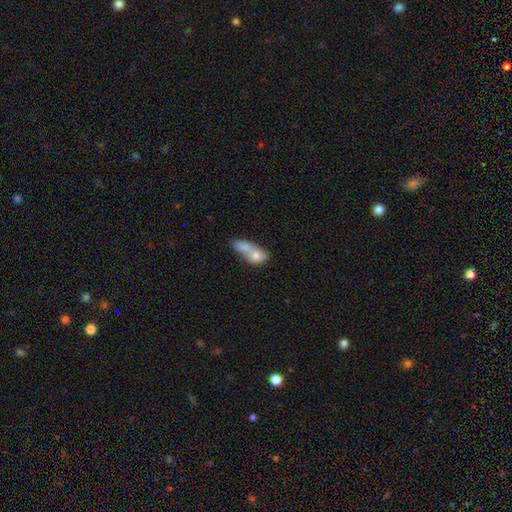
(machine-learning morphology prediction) Smooth or featured?
  - smooth: 71% *
  - featured or disk: 22%
  - star or artifact: 7%
How rounded?
  - in between: 67% *
  - round: 26%
  - cigar-shaped: 8%
Merging?
  - merger: 71% *
  - none: 15%
  - minor disturbance: 8%
  - major disturbance: 6%